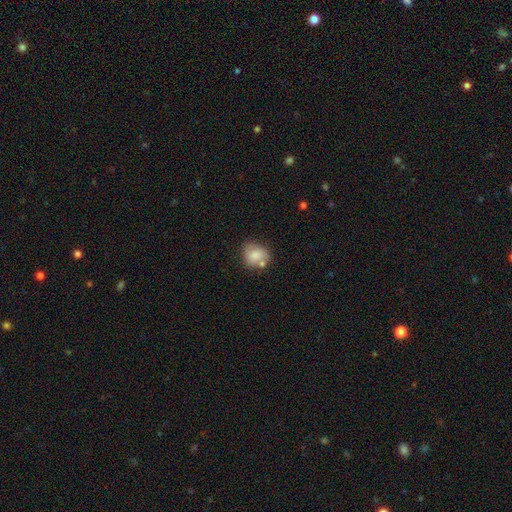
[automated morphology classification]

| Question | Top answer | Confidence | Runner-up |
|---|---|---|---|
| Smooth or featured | smooth | 75% | featured or disk (17%) |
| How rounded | round | 61% | in between (38%) |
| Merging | none | 51% | minor disturbance (24%) |